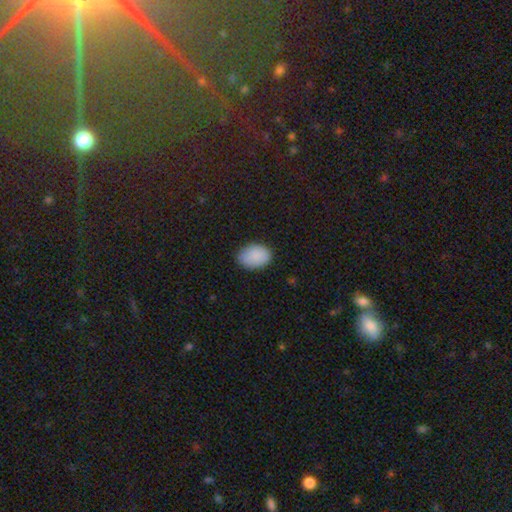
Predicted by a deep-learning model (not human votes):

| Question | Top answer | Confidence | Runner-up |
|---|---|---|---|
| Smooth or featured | smooth | 88% | star or artifact (7%) |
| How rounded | in between | 77% | round (22%) |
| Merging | none | 81% | minor disturbance (15%) |